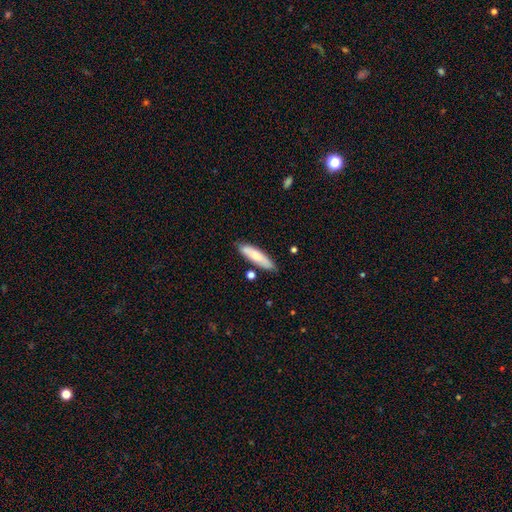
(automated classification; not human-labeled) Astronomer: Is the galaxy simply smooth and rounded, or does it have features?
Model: smooth — 76%.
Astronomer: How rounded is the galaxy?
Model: cigar-shaped — 70%.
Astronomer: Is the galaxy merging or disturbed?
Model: none — 79%.